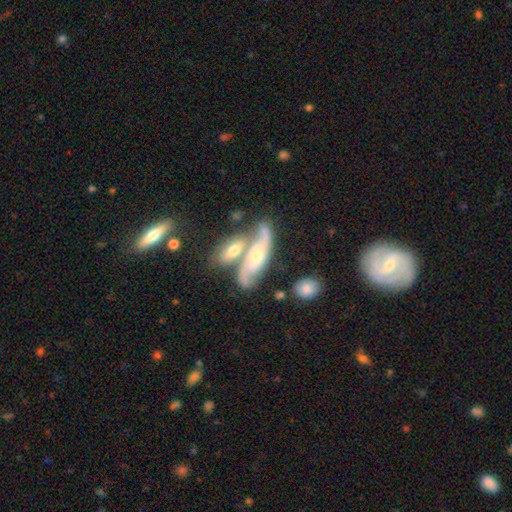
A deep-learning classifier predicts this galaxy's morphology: A featured or disk galaxy (74%) with no bar (53%), 2 (77%) medium (44%) spiral arms (91%) and a moderate central bulge (48%). Merging: merger (43%).